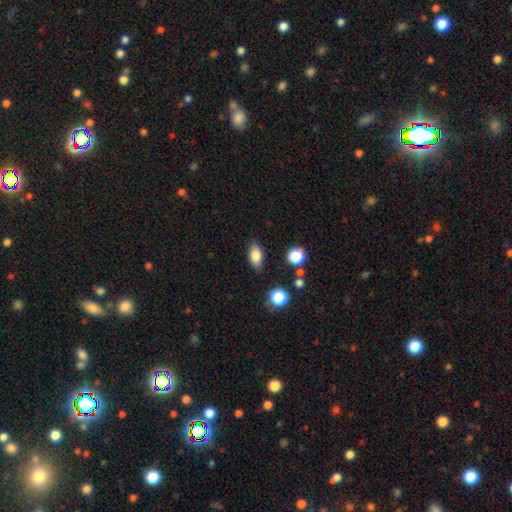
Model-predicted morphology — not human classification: This is clearly a smooth galaxy (80%). How rounded: clearly in between (85%). Merging: clearly none (82%).